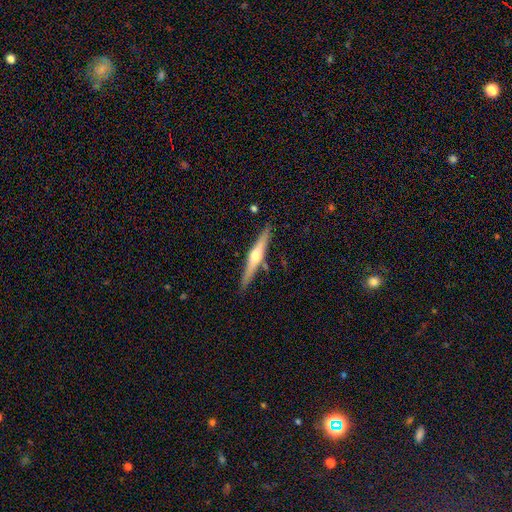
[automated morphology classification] The model was most divided on "smooth or featured": featured or disk: 65%, smooth: 30%, star or artifact: 6%. More confident: edge-on disk — yes (97%); edge-on bulge — rounded (90%); merging — none (85%).